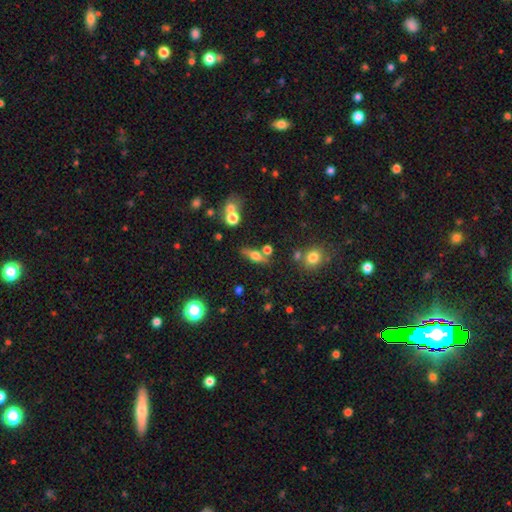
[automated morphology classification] Smooth or featured?
  - smooth: 47% *
  - featured or disk: 41%
  - star or artifact: 12%
Merging?
  - none: 68% *
  - minor disturbance: 14%
  - merger: 13%
  - major disturbance: 5%